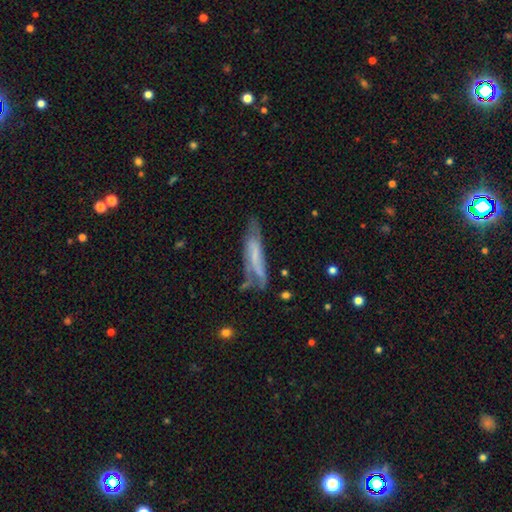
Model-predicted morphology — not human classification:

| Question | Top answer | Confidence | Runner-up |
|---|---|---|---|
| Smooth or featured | featured or disk | 48% | smooth (41%) |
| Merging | none | 52% | minor disturbance (28%) |